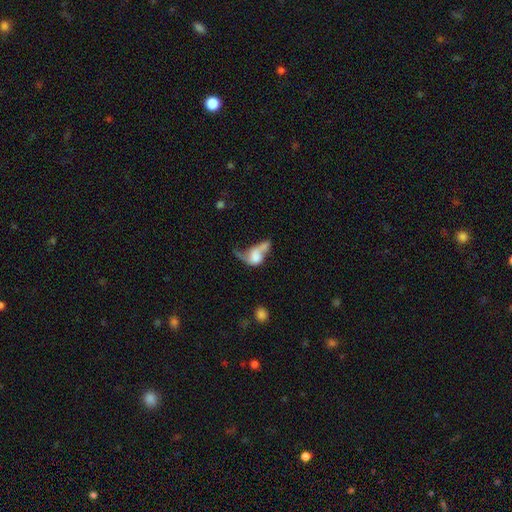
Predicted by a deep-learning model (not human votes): Morphology: type=featured or disk (46%); merging=merger (42%).